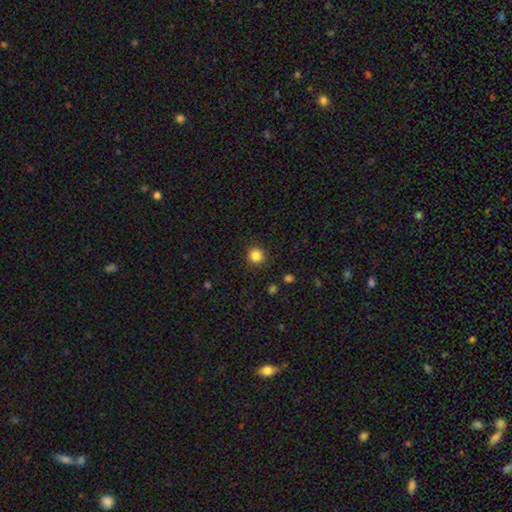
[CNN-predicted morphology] Q: Smooth or featured?
A: smooth (84%); runner-up: star or artifact (11%)
Q: How rounded?
A: round (94%); runner-up: in between (5%)
Q: Merging?
A: none (91%); runner-up: minor disturbance (6%)